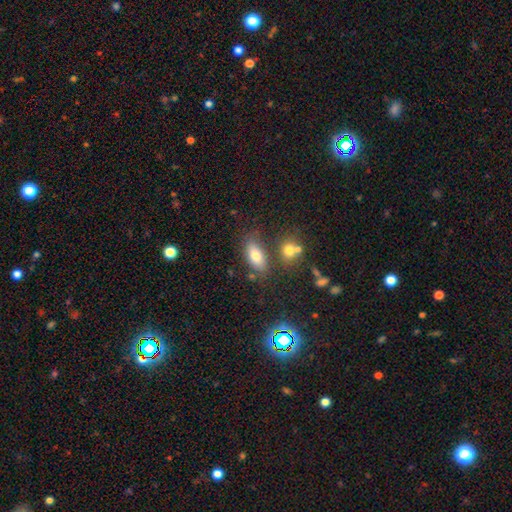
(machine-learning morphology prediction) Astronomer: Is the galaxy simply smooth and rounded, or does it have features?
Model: smooth — 75%.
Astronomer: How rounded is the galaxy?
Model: in between — 83%.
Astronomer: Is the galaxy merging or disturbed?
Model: none — 69%.